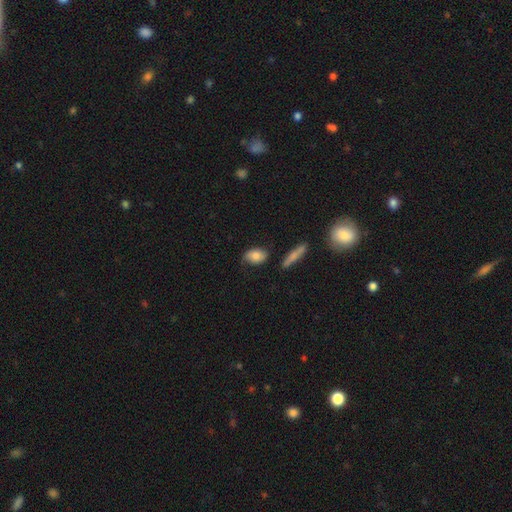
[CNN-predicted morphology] This is likely a smooth galaxy (77%). How rounded: clearly in between (85%). Merging: likely none (69%).